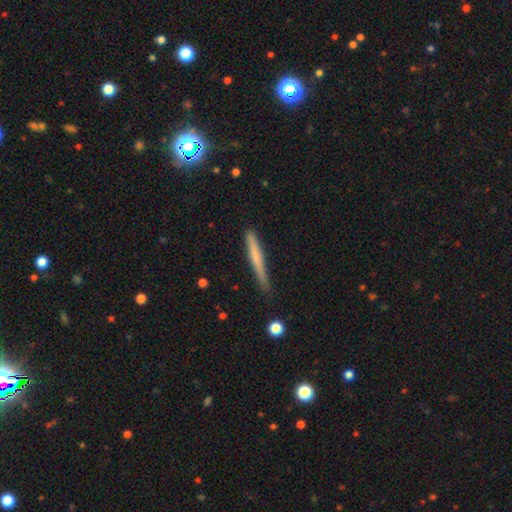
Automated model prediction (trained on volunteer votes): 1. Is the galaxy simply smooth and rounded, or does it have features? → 60% smooth, 34% featured or disk, 7% star or artifact.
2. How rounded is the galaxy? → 96% cigar-shaped, 3% in between, 1% round.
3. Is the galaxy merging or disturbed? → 80% none, 16% minor disturbance, 3% major disturbance, 2% merger.